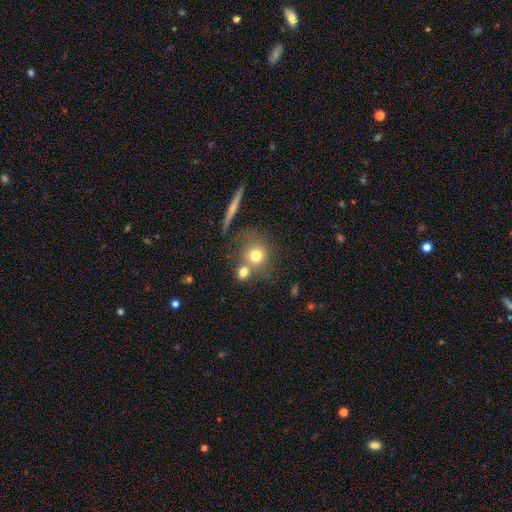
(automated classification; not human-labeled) Smooth or featured: smooth — 74% (featured or disk — 15%)
How rounded: round — 82% (in between — 16%)
Merging: none — 52% (merger — 32%)